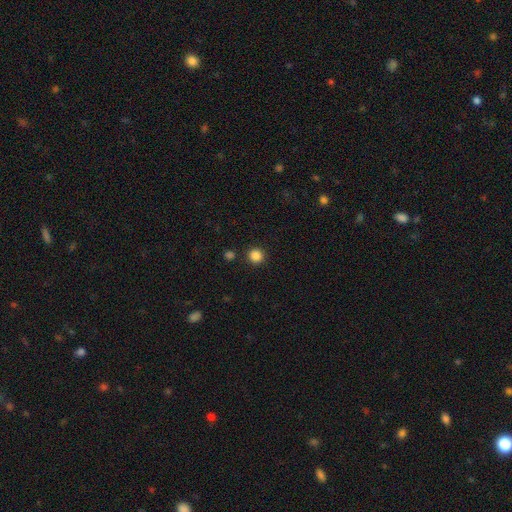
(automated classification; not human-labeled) smooth-or-featured: smooth: 85% | star or artifact: 11% | featured or disk: 3%
  how-rounded: round: 94% | in between: 5% | cigar-shaped: 1%
  merging: none: 90% | minor disturbance: 5% | merger: 3% | major disturbance: 2%